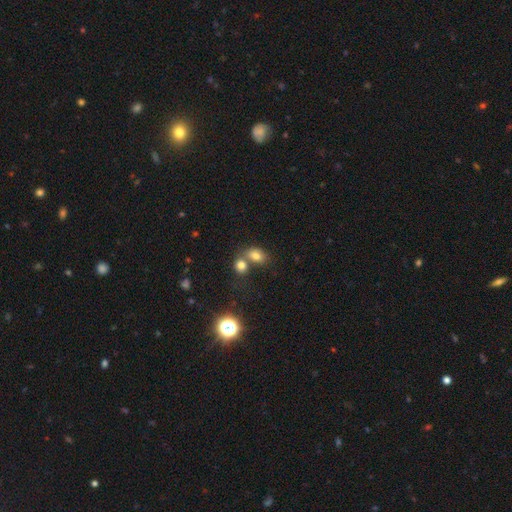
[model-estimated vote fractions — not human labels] Q: Smooth or featured?
A: smooth (77%); runner-up: star or artifact (14%)
Q: How rounded?
A: in between (69%); runner-up: round (29%)
Q: Merging?
A: none (44%); runner-up: merger (43%)